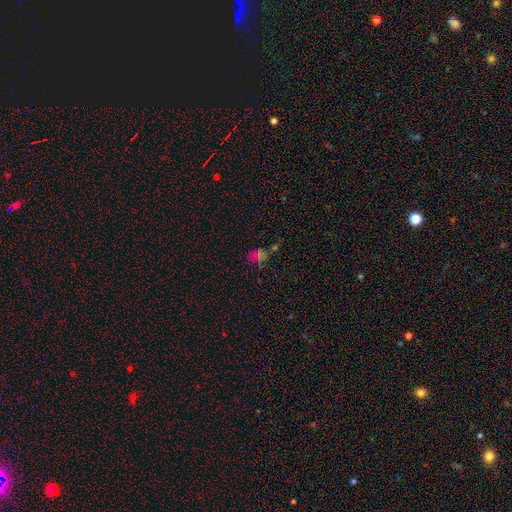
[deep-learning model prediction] The model was most divided on "smooth or featured": smooth: 43%, star or artifact: 37%, featured or disk: 19%. Remaining: merging — none (49%).